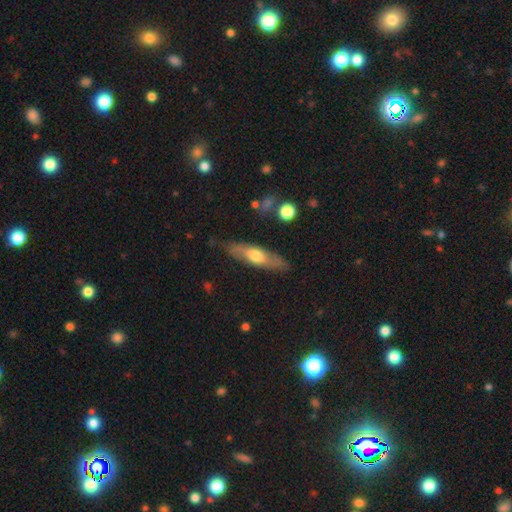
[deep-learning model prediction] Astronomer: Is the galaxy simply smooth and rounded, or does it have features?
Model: smooth — 48% (runner-up: featured or disk, 47%).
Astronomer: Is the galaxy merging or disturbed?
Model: none — 80%.